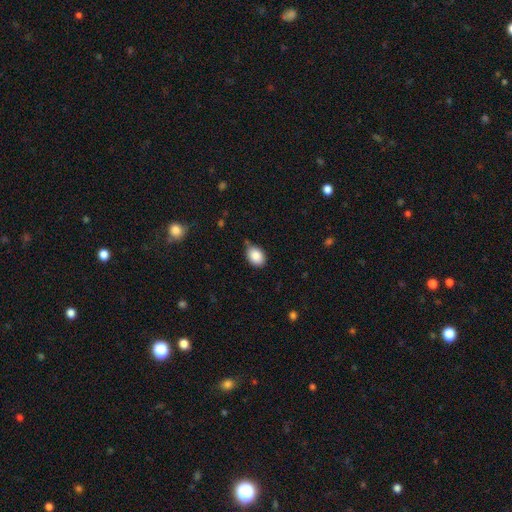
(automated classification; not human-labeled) Smooth or featured?
  - smooth: 88% *
  - star or artifact: 8%
  - featured or disk: 4%
How rounded?
  - in between: 77% *
  - round: 22%
  - cigar-shaped: 1%
Merging?
  - none: 74% *
  - minor disturbance: 20%
  - major disturbance: 3%
  - merger: 3%